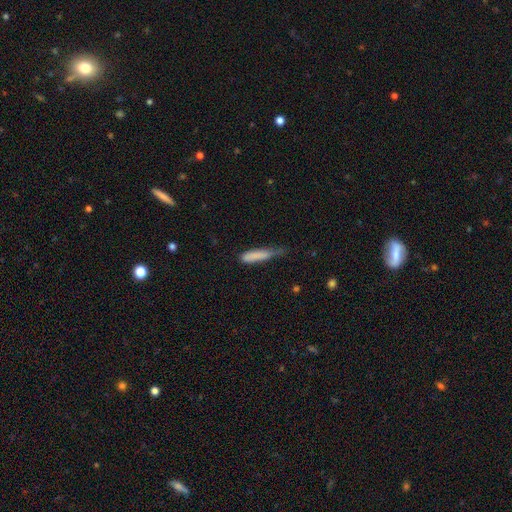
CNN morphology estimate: A smooth galaxy with no disk features (81%) that is cigar-shaped (83%).

Vote fractions:
- Smooth or featured? smooth: 81% / featured or disk: 12% / star or artifact: 7%
- How rounded? cigar-shaped: 83% / in between: 15% / round: 2%
- Merging? minor disturbance: 44% / none: 36% / major disturbance: 16% / merger: 4%